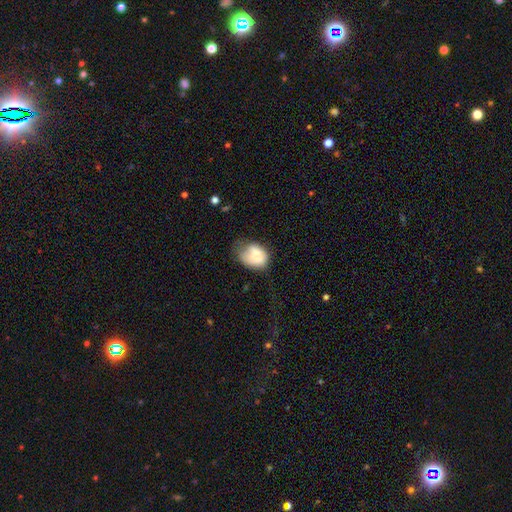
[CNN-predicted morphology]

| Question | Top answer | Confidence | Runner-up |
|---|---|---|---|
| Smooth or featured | smooth | 72% | featured or disk (20%) |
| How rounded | in between | 66% | round (33%) |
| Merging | none | 34% | tied: minor disturbance (34%) |